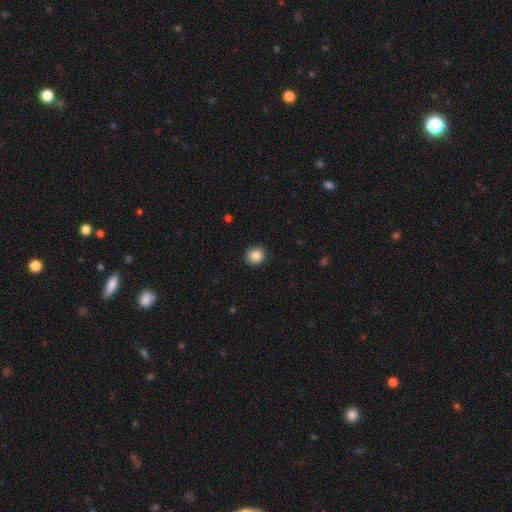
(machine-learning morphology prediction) The model was most divided on "smooth or featured": smooth: 87%, star or artifact: 9%, featured or disk: 3%. More confident: merging — none (92%); how rounded — round (92%).